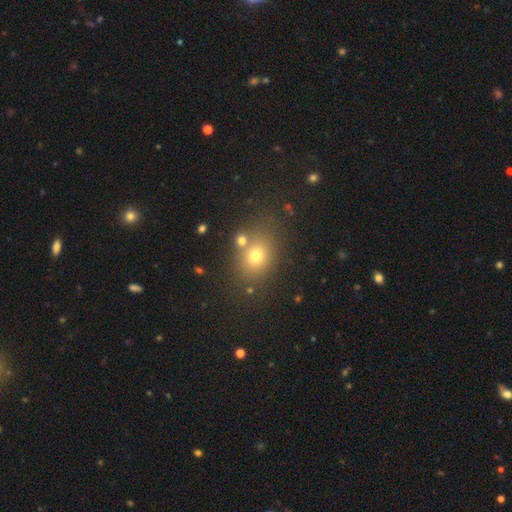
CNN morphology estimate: Smooth or featured? smooth (68%)
How rounded? in between (52%)
Merging? none (73%)